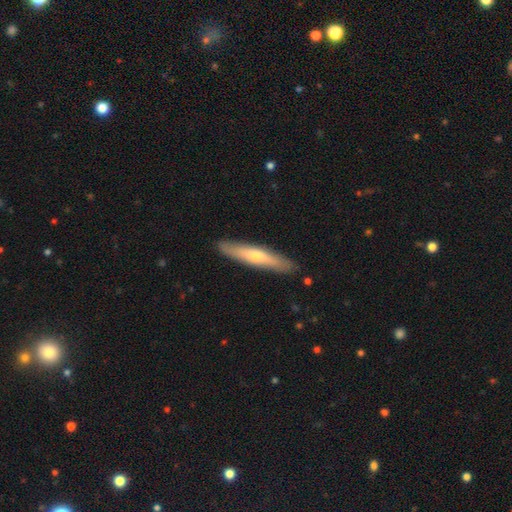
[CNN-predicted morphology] The model was most divided on "smooth or featured": smooth: 52%, featured or disk: 42%, star or artifact: 5%. More confident: how rounded — cigar-shaped (89%); merging — none (89%).